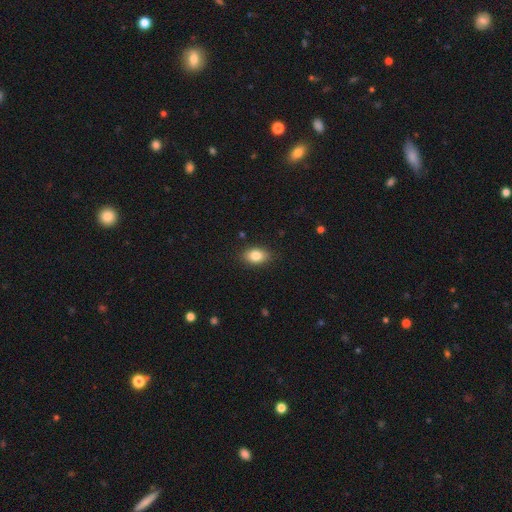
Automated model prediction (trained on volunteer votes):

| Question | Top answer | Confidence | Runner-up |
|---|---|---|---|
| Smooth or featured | smooth | 84% | star or artifact (8%) |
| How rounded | in between | 82% | round (16%) |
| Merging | none | 87% | minor disturbance (9%) |